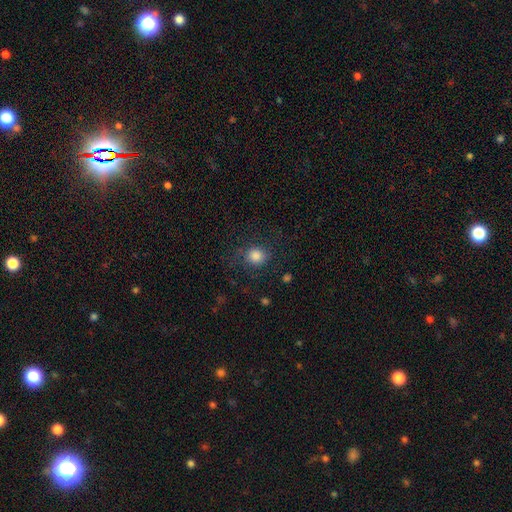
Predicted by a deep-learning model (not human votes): Smooth or featured? smooth (83%)
How rounded? round (86%)
Merging? none (78%)